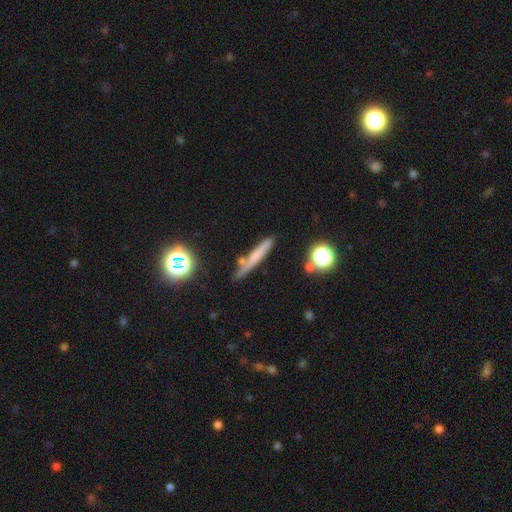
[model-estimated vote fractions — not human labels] Smooth or featured?
  - smooth: 57% *
  - featured or disk: 31%
  - star or artifact: 12%
How rounded?
  - cigar-shaped: 89% *
  - in between: 6%
  - round: 5%
Merging?
  - none: 73% *
  - minor disturbance: 16%
  - merger: 7%
  - major disturbance: 4%